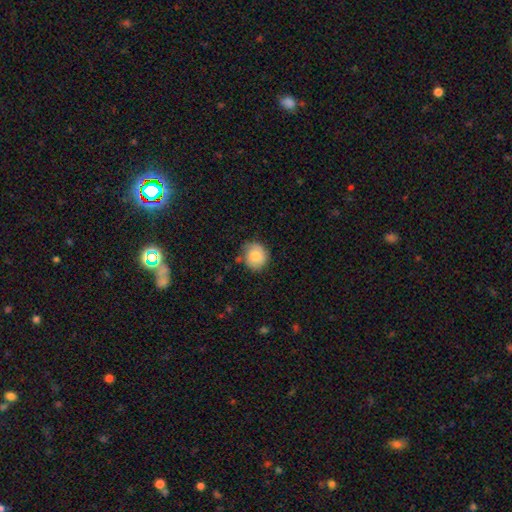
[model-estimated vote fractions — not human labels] Smooth or featured: smooth — 76% (featured or disk — 16%)
How rounded: round — 81% (in between — 18%)
Merging: none — 69% (minor disturbance — 23%)